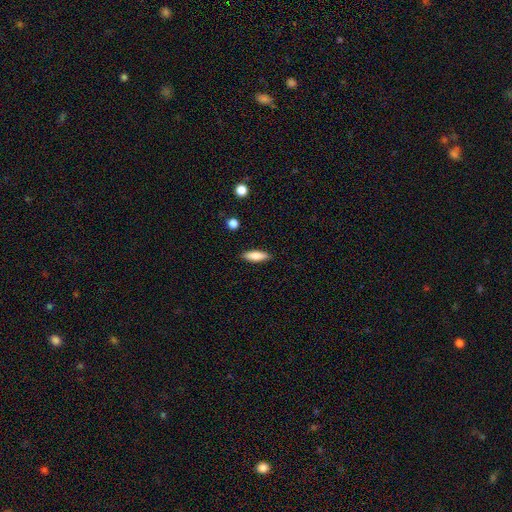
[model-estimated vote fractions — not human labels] smooth_or_featured: smooth (p=0.78) [alt: featured or disk p=0.16]
how_rounded: cigar-shaped (p=0.51) [alt: in between p=0.47]
merging: none (p=0.89) [alt: minor disturbance p=0.08]